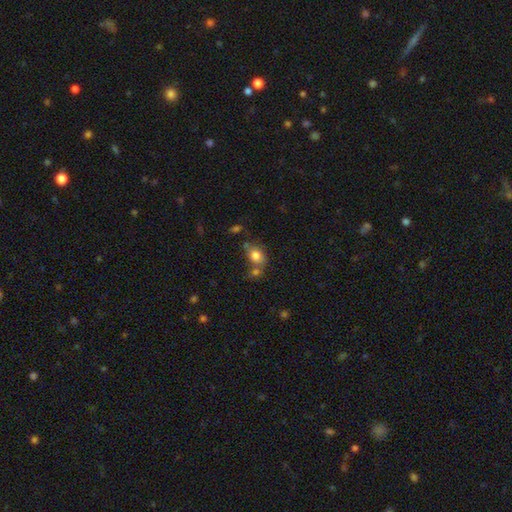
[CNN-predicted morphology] smooth_or_featured: smooth (p=0.78) [alt: featured or disk p=0.13]
how_rounded: in between (p=0.67) [alt: round p=0.31]
merging: none (p=0.46) [alt: merger p=0.29]